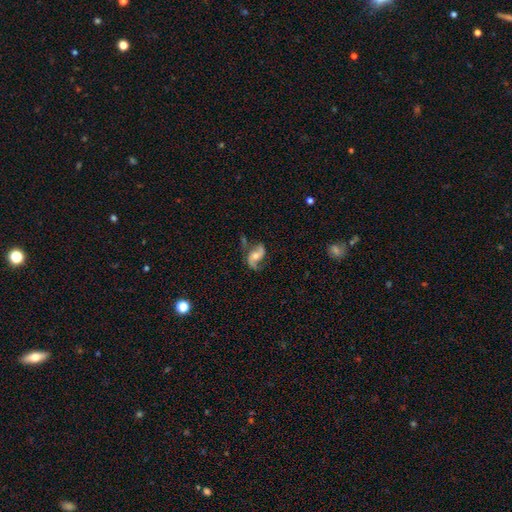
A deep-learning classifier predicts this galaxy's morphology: This appears to be a featured or disk galaxy (81%) with no bar (56%), 2 (89%) loose (54%) spiral arms (94%) and a moderate central bulge (60%). Merging: none (61%).